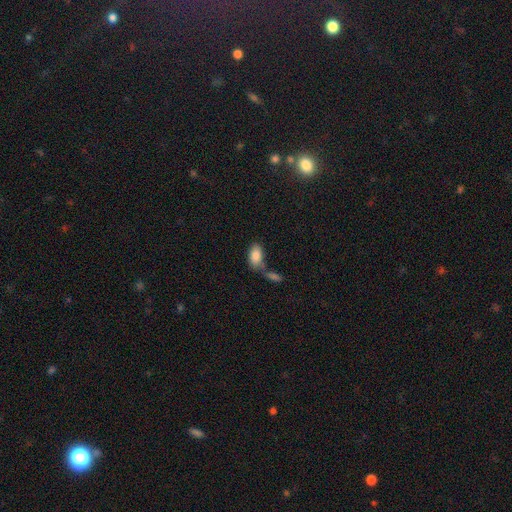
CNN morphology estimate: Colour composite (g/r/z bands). It shows a smooth galaxy with no disk features (84%) that is in between round and cigar-shaped (93%). Merging: none (48%).